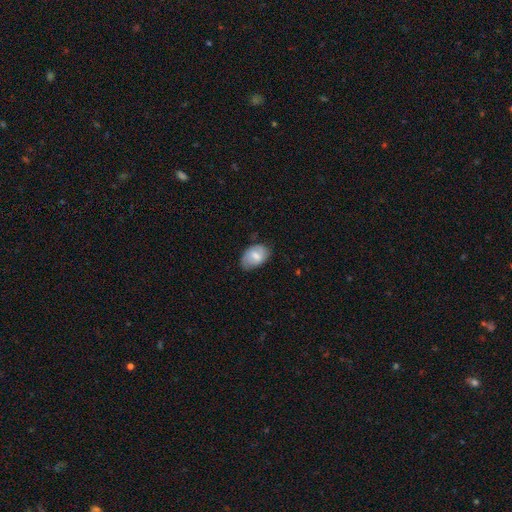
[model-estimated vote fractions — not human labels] Smooth or featured: smooth — 68% (featured or disk — 25%)
How rounded: in between — 87% (round — 11%)
Merging: none — 68% (minor disturbance — 25%)